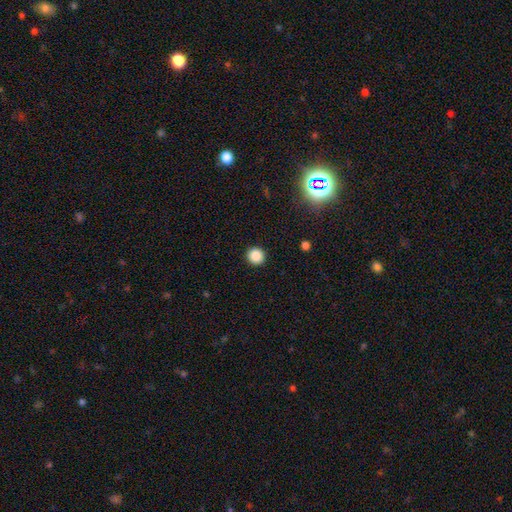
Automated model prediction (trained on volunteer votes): Morphology: type=smooth (87%); roundness=round (93%); merging=none (92%).